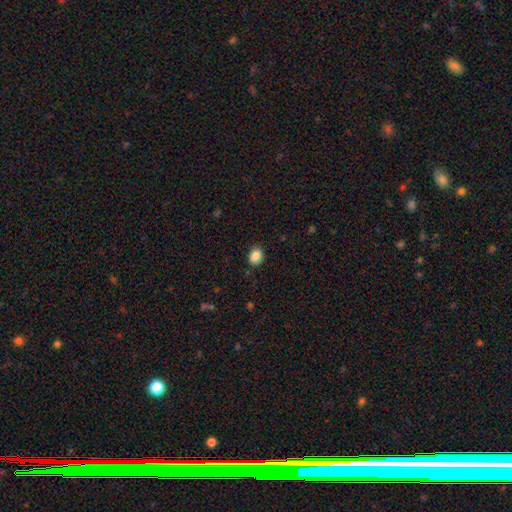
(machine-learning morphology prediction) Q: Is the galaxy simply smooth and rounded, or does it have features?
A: smooth — 87%.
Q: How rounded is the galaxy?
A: in between — 54%.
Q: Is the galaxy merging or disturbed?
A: none — 87%.